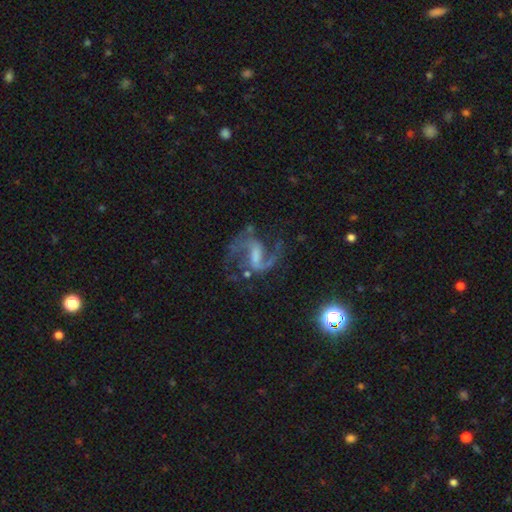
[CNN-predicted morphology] Smooth or featured? Predicted: featured or disk (p=0.88). Edge-on disk? Predicted: no (p=0.98). Bar? Predicted: weak (p=0.47). Spiral arms? Predicted: yes (p=0.97). Spiral winding? Predicted: medium (p=0.51). Spiral arm count? Predicted: 2 (p=0.92). Bulge size? Predicted: small (p=0.36). Merging? Predicted: none (p=0.70).